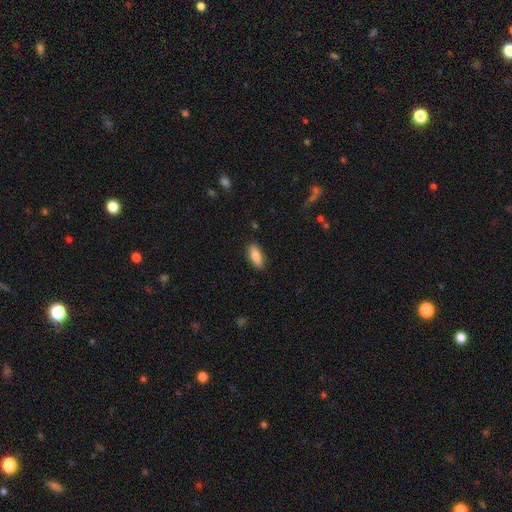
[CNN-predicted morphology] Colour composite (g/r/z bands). It shows a smooth galaxy with no disk features (82%) that is in between round and cigar-shaped (78%). Merging: none (88%).